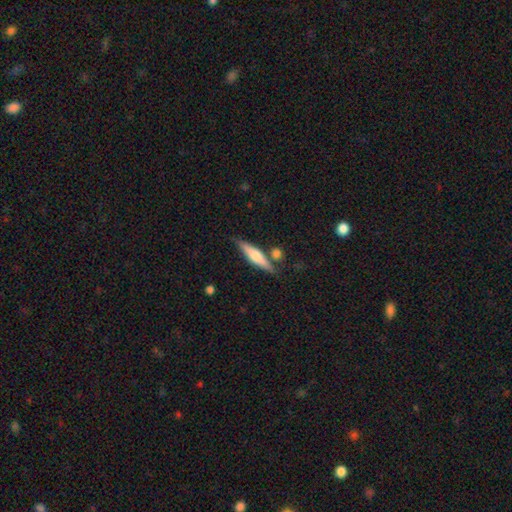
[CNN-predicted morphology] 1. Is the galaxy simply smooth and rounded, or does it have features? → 47% featured or disk (tied), 47% smooth (tied), 6% star or artifact.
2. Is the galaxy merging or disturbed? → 75% none, 13% minor disturbance, 10% merger, 3% major disturbance.